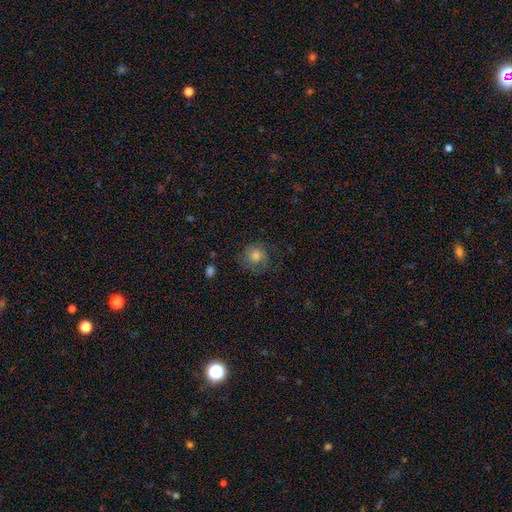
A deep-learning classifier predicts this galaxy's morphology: Smooth or featured? smooth (70%)
How rounded? round (88%)
Merging? none (74%)